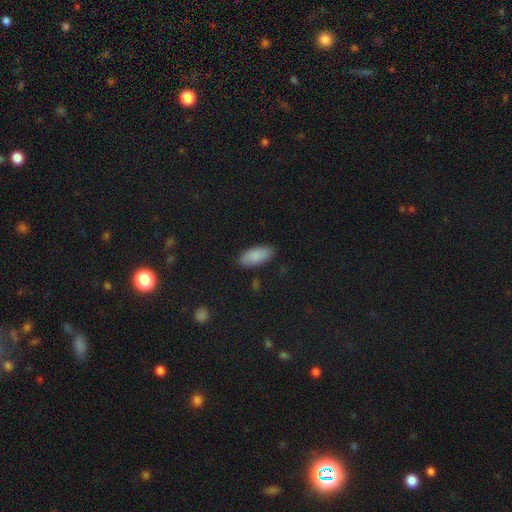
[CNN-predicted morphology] smooth 88%, star or artifact 7%, featured or disk 5%. Down the decision tree: how rounded — in between (89%); merging — none (85%).